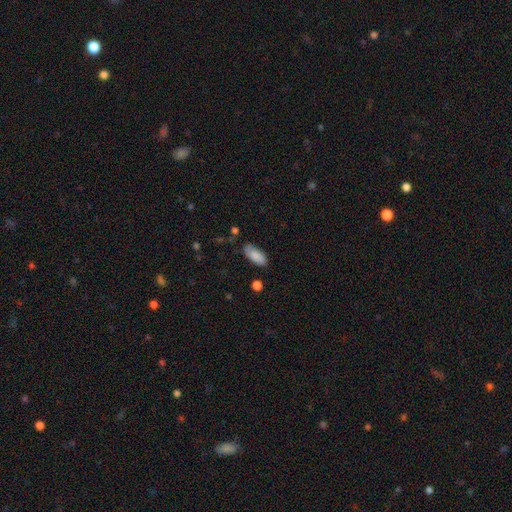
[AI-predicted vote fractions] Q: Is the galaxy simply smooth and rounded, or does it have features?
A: smooth — 86%.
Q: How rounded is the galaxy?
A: in between — 86%.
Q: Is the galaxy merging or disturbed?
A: none — 73%.